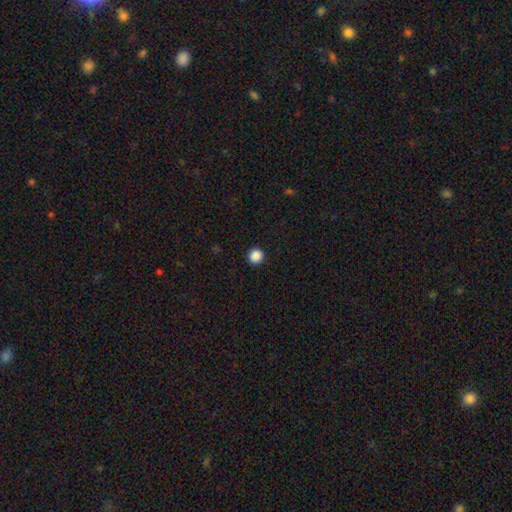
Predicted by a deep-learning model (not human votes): smooth-or-featured: smooth: 88% | star or artifact: 10% | featured or disk: 2%
  how-rounded: round: 95% | in between: 4% | cigar-shaped: 1%
  merging: none: 93% | minor disturbance: 4% | major disturbance: 2% | merger: 1%